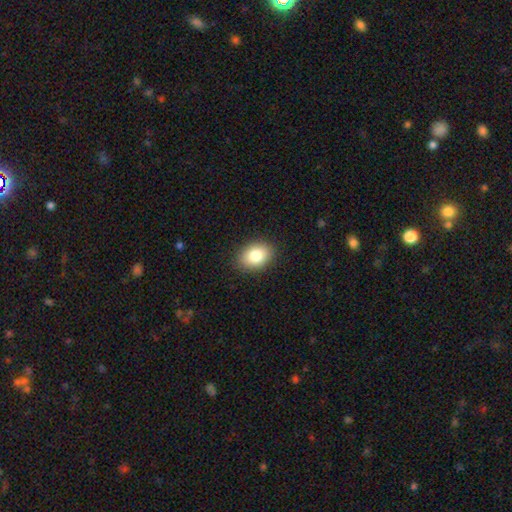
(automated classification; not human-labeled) Smooth or featured?
  - smooth: 83% *
  - star or artifact: 8%
  - featured or disk: 8%
How rounded?
  - in between: 75% *
  - round: 24%
  - cigar-shaped: 1%
Merging?
  - none: 88% *
  - minor disturbance: 8%
  - major disturbance: 2%
  - merger: 1%